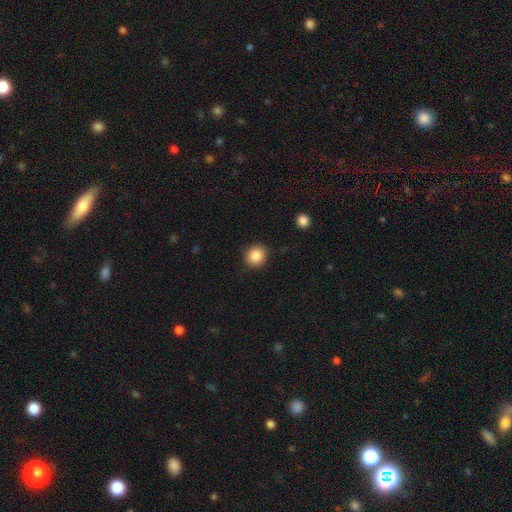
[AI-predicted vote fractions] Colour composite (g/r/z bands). It shows a smooth galaxy with no disk features (86%) that is round (89%). Merging: none (89%).